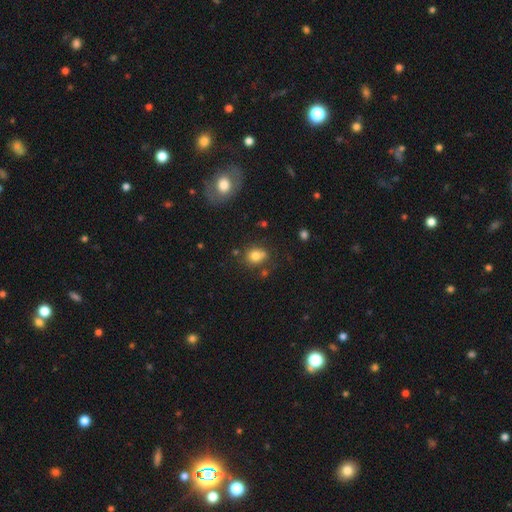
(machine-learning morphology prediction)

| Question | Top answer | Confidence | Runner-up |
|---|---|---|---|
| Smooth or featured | smooth | 78% | star or artifact (12%) |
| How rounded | round | 63% | in between (36%) |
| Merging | none | 62% | minor disturbance (17%) |